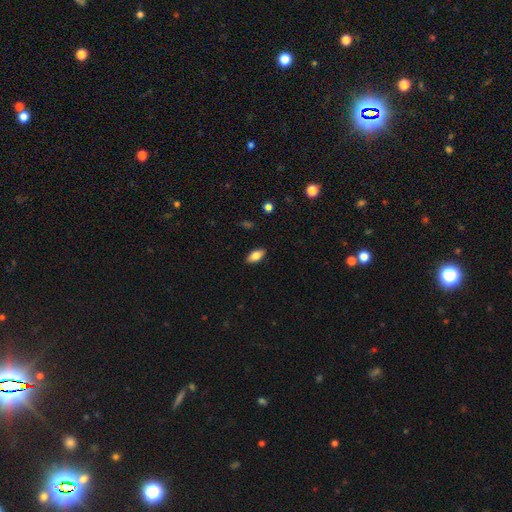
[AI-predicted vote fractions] Overall: smooth (79%). How rounded: in between (89%). Merging: none (89%).